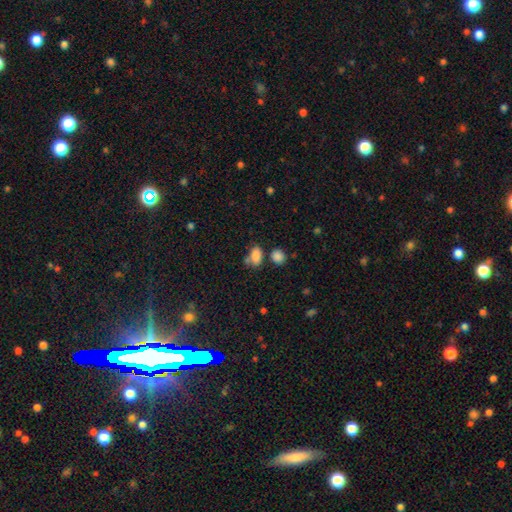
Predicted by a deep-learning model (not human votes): A smooth galaxy with no disk features (83%) that is in between round and cigar-shaped (84%). Merging: none (47%).